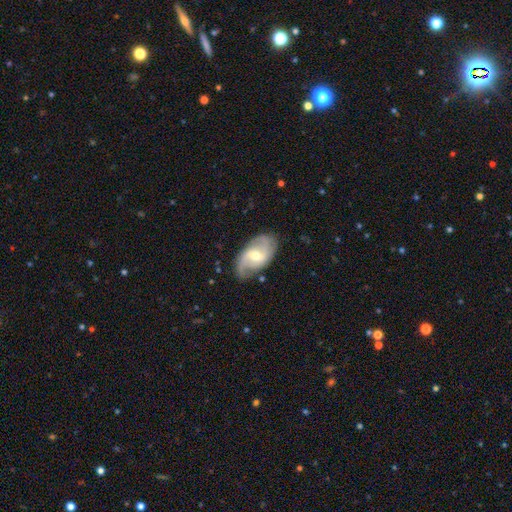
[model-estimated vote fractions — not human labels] Q: Smooth or featured?
A: featured or disk (80%); runner-up: smooth (15%)
Q: Edge-on disk?
A: no (96%); runner-up: yes (4%)
Q: Bar?
A: weak (57%); runner-up: no (26%)
Q: Spiral arms?
A: yes (93%); runner-up: no (7%)
Q: Spiral winding?
A: medium (46%); runner-up: loose (30%)
Q: Spiral arm count?
A: 2 (66%); runner-up: can't tell (15%)
Q: Bulge size?
A: moderate (63%); runner-up: small (32%)
Q: Merging?
A: none (74%); runner-up: minor disturbance (19%)